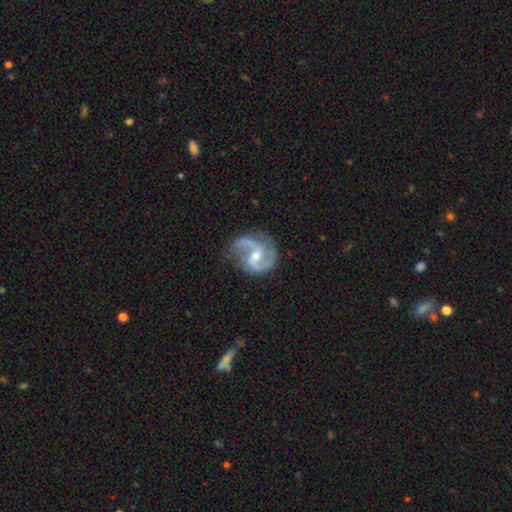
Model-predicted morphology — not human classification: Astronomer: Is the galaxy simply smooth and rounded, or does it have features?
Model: featured or disk — 91%.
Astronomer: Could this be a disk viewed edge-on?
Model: no — 98%.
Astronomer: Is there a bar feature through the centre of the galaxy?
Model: weak — 48% (runner-up: no, 31%).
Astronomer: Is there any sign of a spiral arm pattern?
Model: yes — 98%.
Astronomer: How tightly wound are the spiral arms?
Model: medium — 56%.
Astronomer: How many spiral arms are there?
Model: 2 — 91%.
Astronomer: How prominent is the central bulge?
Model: moderate — 55% (runner-up: small, 42%).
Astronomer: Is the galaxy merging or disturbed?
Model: none — 72%.